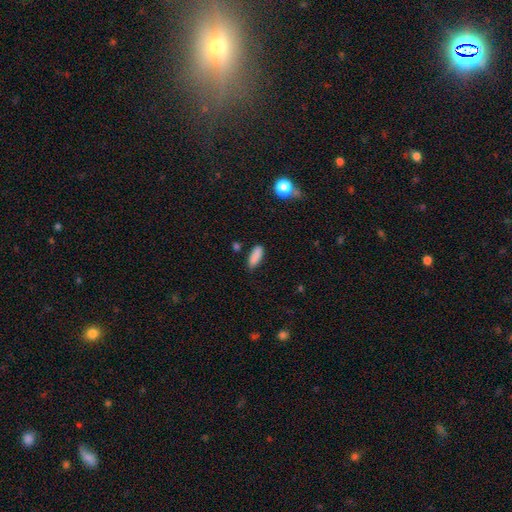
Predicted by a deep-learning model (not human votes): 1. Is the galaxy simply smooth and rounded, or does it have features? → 88% smooth, 8% star or artifact, 4% featured or disk.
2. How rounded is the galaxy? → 66% in between, 32% cigar-shaped, 2% round.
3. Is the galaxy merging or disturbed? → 79% none, 15% minor disturbance, 3% major disturbance, 3% merger.